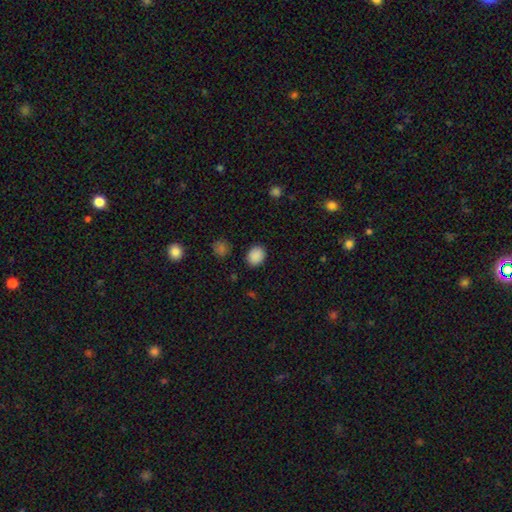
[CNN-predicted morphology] smooth 87%, star or artifact 10%, featured or disk 3%. Down the decision tree: how rounded — round (59%); merging — none (88%).